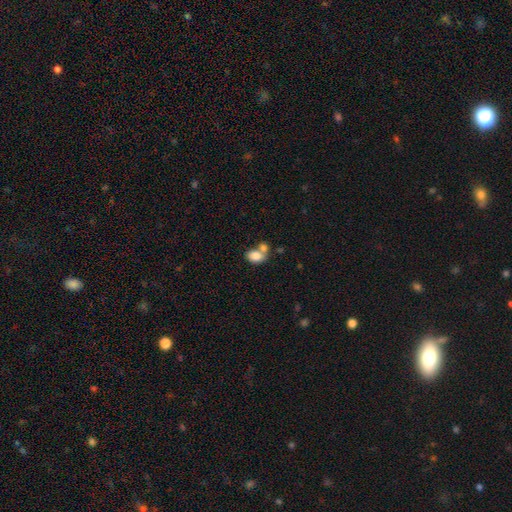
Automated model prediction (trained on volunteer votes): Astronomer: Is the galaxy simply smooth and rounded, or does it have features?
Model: smooth — 82%.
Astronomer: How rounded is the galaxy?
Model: in between — 77%.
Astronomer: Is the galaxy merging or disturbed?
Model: merger — 51% (runner-up: none, 34%).